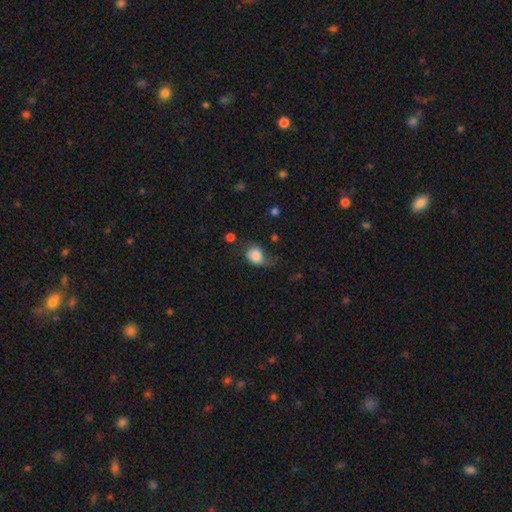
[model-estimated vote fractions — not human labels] smooth 79%, featured or disk 12%, star or artifact 9%. Down the decision tree: how rounded — round (54%); merging — none (36%).